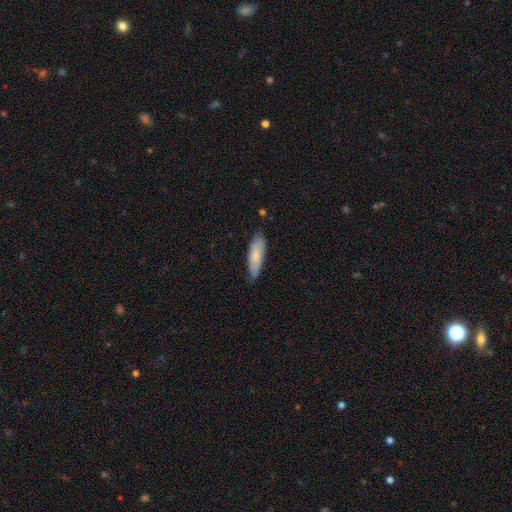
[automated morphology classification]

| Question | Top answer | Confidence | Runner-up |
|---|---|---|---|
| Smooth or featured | smooth | 81% | featured or disk (14%) |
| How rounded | cigar-shaped | 53% | in between (46%) |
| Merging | none | 72% | minor disturbance (23%) |